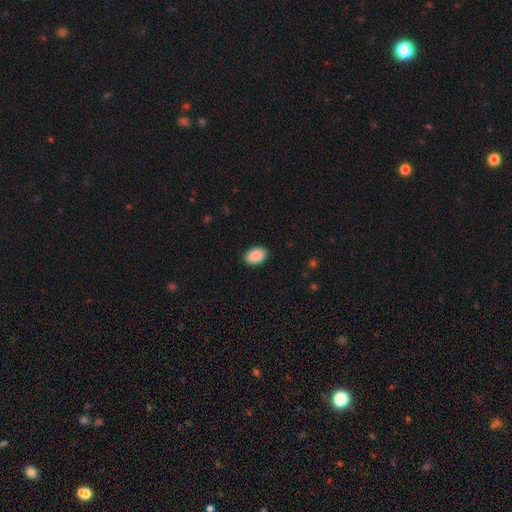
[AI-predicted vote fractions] This appears to be a smooth galaxy with no disk features (90%) that is in between round and cigar-shaped (88%). Merging: none (90%).